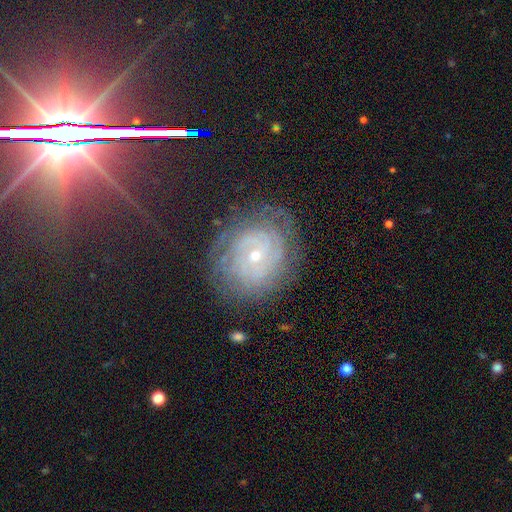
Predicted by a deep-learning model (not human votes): Smooth or featured: featured or disk — 79% (smooth — 11%)
Edge-on disk: no — 97% (yes — 3%)
Bar: no — 72% (weak — 22%)
Spiral arms: yes — 94% (no — 6%)
Spiral winding: tight — 80% (medium — 15%)
Spiral arm count: can't tell — 43% (2 — 16%)
Bulge size: small — 71% (moderate — 25%)
Merging: none — 77% (minor disturbance — 15%)